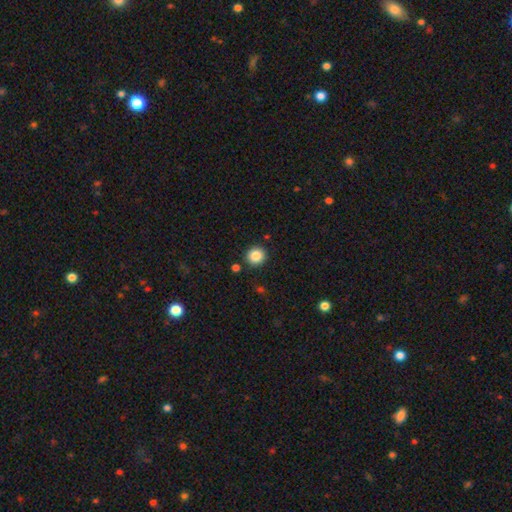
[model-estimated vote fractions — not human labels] smooth_or_featured: smooth (p=0.86) [alt: star or artifact p=0.10]
how_rounded: round (p=0.91) [alt: in between p=0.08]
merging: none (p=0.88) [alt: minor disturbance p=0.07]